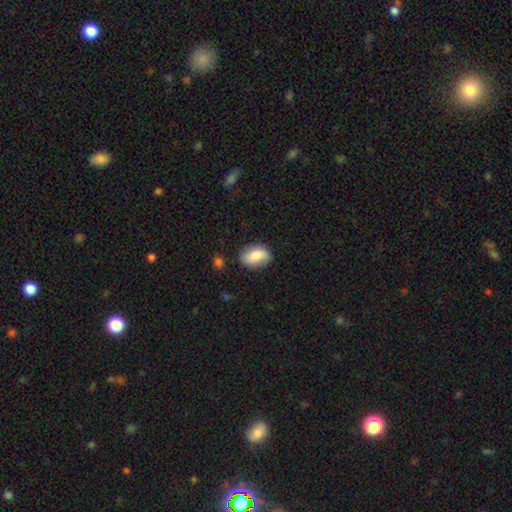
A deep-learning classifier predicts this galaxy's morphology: Smooth or featured? Predicted: smooth (p=0.77). How rounded? Predicted: in between (p=0.80). Merging? Predicted: none (p=0.78).